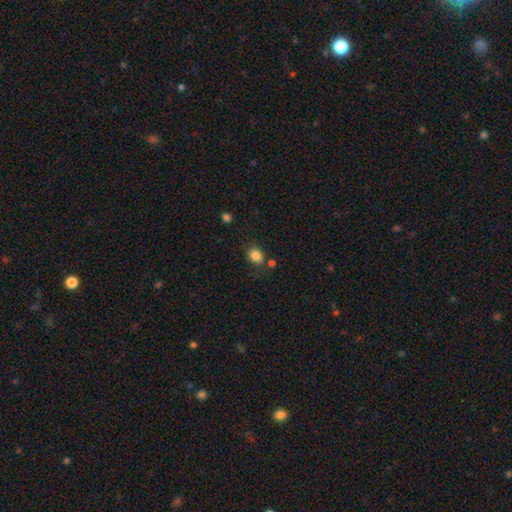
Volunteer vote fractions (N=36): Smooth or featured? 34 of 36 (94%) said smooth. How rounded? 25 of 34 (74%) said in between. Merging? 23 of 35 (66%) said none.